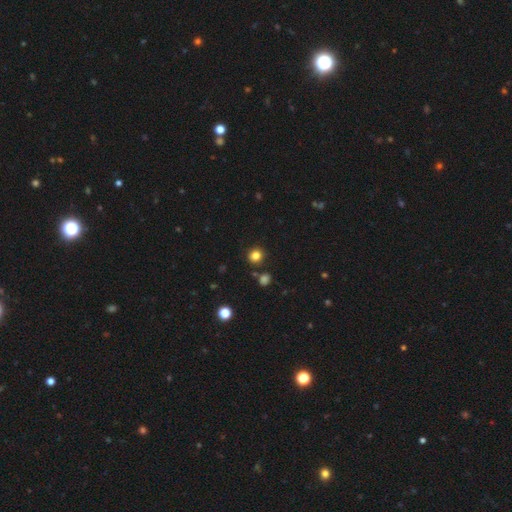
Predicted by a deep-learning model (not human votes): Q: Smooth or featured?
A: smooth (82%); runner-up: star or artifact (13%)
Q: How rounded?
A: round (89%); runner-up: in between (10%)
Q: Merging?
A: none (86%); runner-up: minor disturbance (7%)